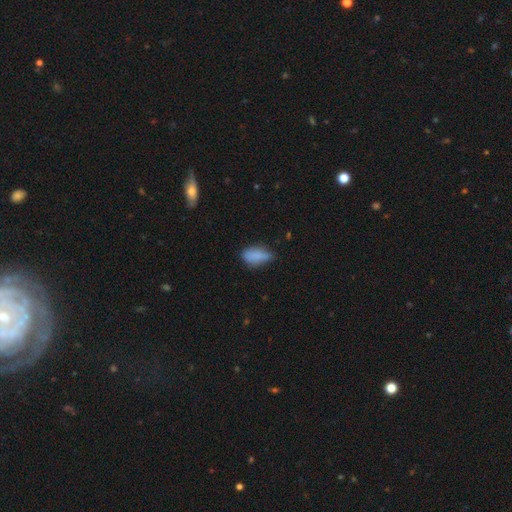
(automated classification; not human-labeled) Morphology: type=smooth (81%); roundness=in between (82%); merging=none (52%).